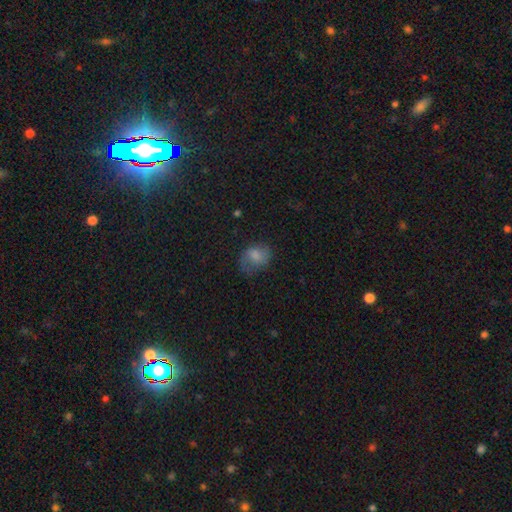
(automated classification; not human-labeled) Smooth or featured?
  - smooth: 61% *
  - featured or disk: 29%
  - star or artifact: 10%
How rounded?
  - in between: 54% *
  - round: 44%
  - cigar-shaped: 1%
Merging?
  - none: 57% *
  - minor disturbance: 26%
  - major disturbance: 15%
  - merger: 2%